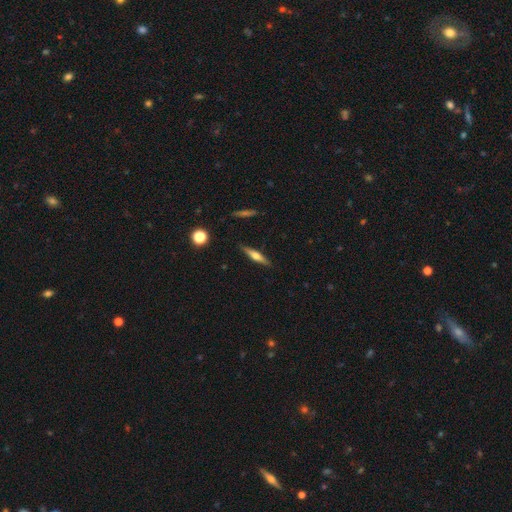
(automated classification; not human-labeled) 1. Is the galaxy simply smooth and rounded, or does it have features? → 56% featured or disk, 37% smooth, 7% star or artifact.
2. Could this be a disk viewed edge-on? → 96% yes, 4% no.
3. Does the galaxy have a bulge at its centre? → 86% rounded, 8% boxy, 6% none.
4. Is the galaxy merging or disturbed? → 89% none, 8% minor disturbance, 2% major disturbance, 1% merger.